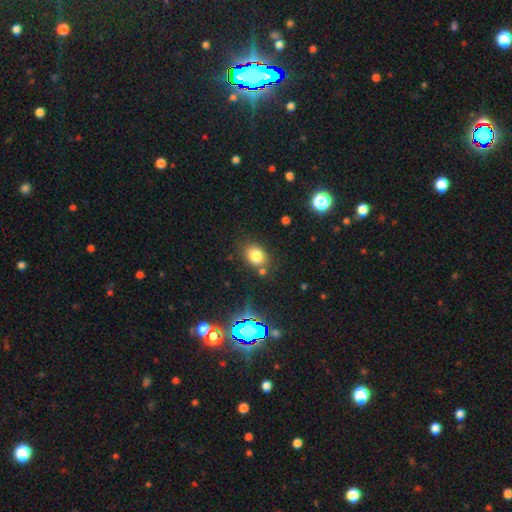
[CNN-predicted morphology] Overall: smooth (77%). How rounded: in between (63%; round 36%). Merging: none (75%).